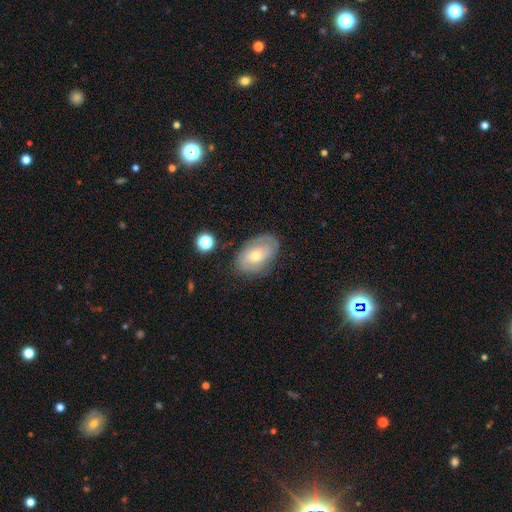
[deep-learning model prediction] A featured or disk galaxy (56%) with no bar (71%), spiral arms (71%) and a small central bulge (48%). Merging: none (73%).